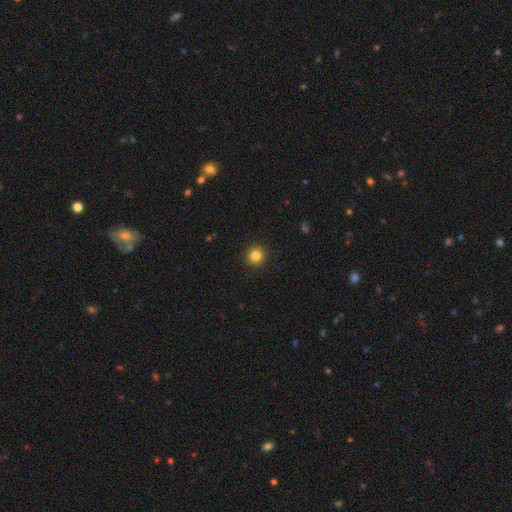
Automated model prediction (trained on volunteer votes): The model was most divided on "smooth or featured": smooth: 84%, star or artifact: 12%, featured or disk: 5%. More confident: how rounded — round (93%); merging — none (92%).